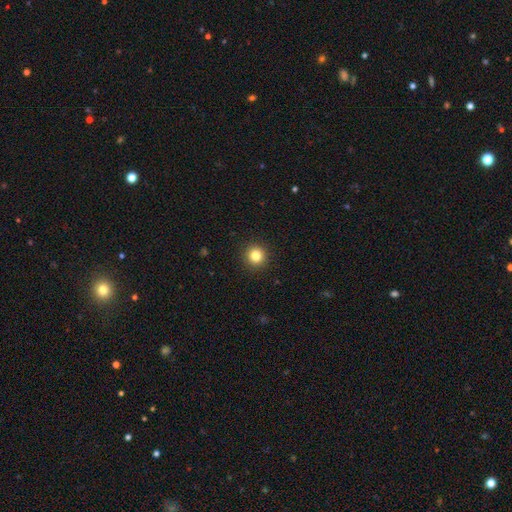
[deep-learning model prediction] smooth 83%, star or artifact 12%, featured or disk 5%. Down the decision tree: how rounded — round (95%); merging — none (93%).